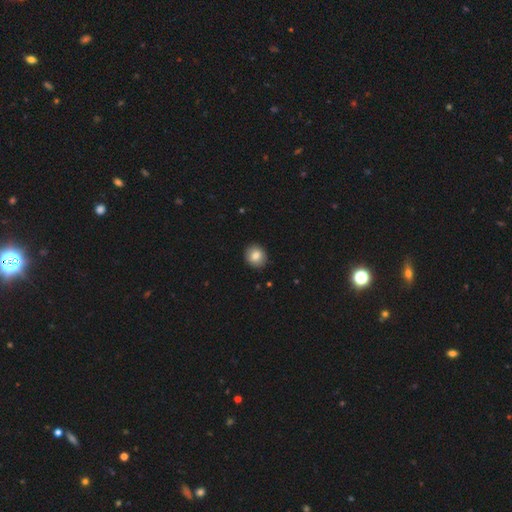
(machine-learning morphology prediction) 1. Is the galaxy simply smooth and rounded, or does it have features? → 83% smooth, 9% star or artifact, 8% featured or disk.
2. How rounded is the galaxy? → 82% round, 17% in between, 1% cigar-shaped.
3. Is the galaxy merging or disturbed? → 91% none, 7% minor disturbance, 2% major disturbance, 1% merger.